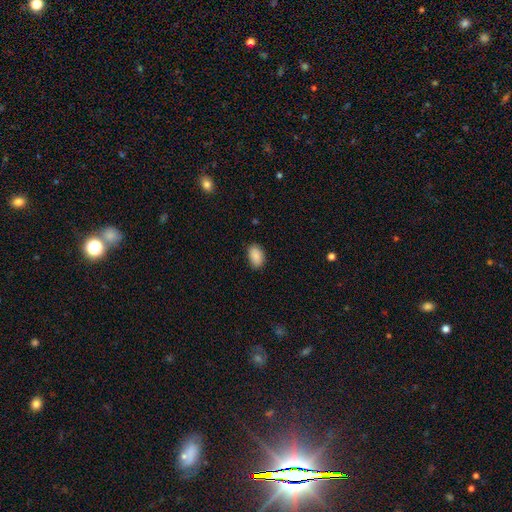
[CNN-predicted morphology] Smooth or featured: smooth — 89% (star or artifact — 7%)
How rounded: in between — 91% (round — 8%)
Merging: none — 85% (minor disturbance — 11%)